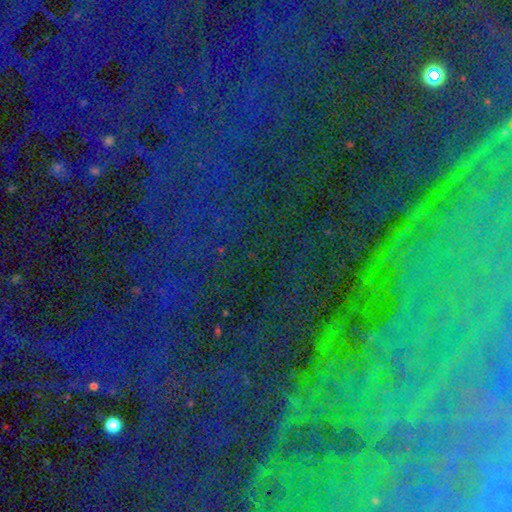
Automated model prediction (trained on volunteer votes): This appears to be a star or artifact, not a galaxy (77%).